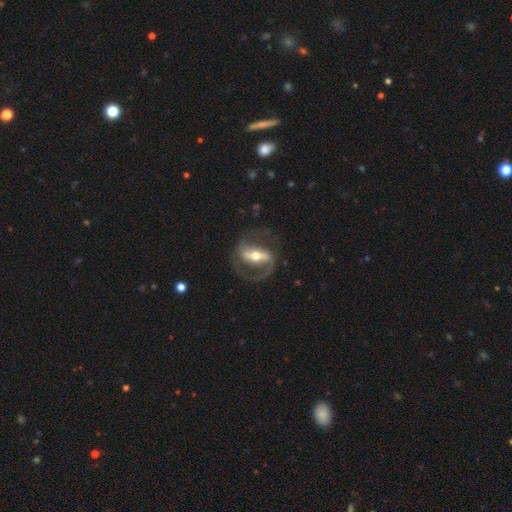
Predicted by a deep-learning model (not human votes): This is clearly a featured or disk galaxy (85%). It is clearly not viewed edge-on (93%). Bar: likely strong (63%). Spiral arm pattern: clearly yes (89%). Spiral arm count: clearly 2 (85%). Spiral winding: possibly medium (53%). Central bulge: likely moderate (68%). Merging: likely none (70%).